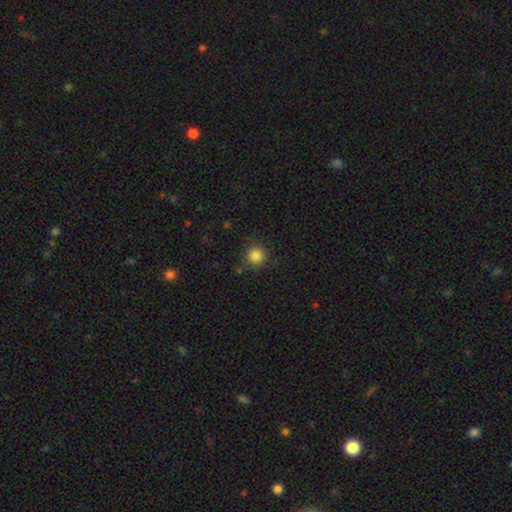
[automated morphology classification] This is clearly a smooth galaxy (85%). How rounded: clearly round (94%). Merging: clearly none (82%).